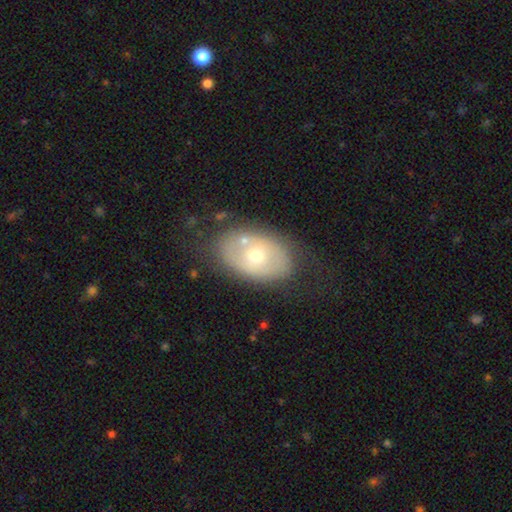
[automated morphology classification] The model was most divided on "smooth or featured": smooth: 48%, featured or disk: 44%, star or artifact: 8%. More confident: merging — none (68%).